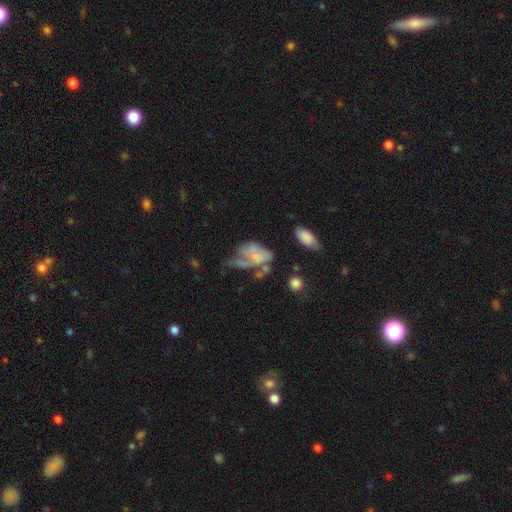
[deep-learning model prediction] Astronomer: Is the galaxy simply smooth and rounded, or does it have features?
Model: featured or disk — 46% (runner-up: smooth, 43%).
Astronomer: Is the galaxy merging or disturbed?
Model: major disturbance — 44% (runner-up: none, 20%).